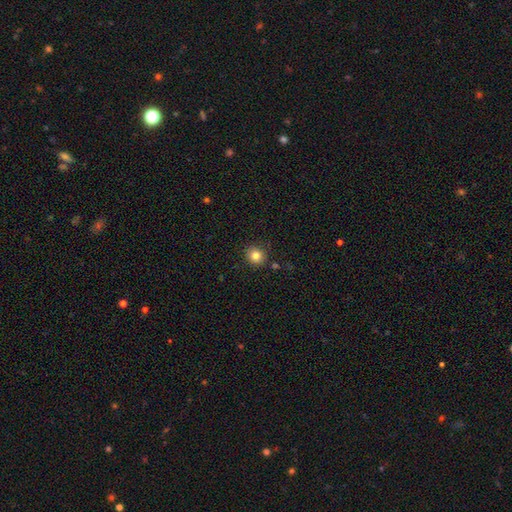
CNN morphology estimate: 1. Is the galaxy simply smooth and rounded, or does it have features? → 82% smooth, 11% star or artifact, 7% featured or disk.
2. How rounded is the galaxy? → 88% round, 11% in between, 1% cigar-shaped.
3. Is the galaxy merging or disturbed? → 88% none, 7% minor disturbance, 2% merger, 2% major disturbance.